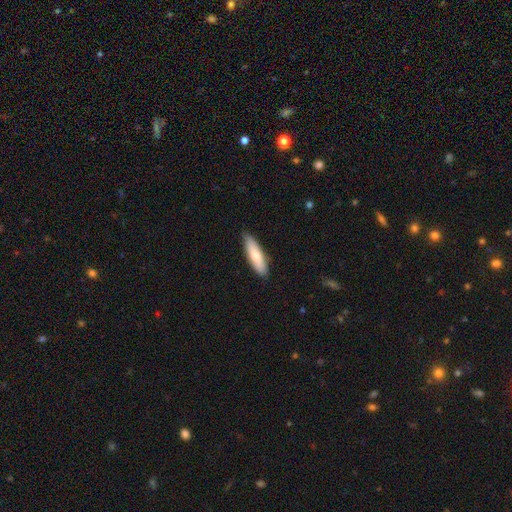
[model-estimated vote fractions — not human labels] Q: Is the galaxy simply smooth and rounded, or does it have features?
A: smooth — 73%.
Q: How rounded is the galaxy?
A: cigar-shaped — 58%.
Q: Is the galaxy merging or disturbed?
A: none — 84%.